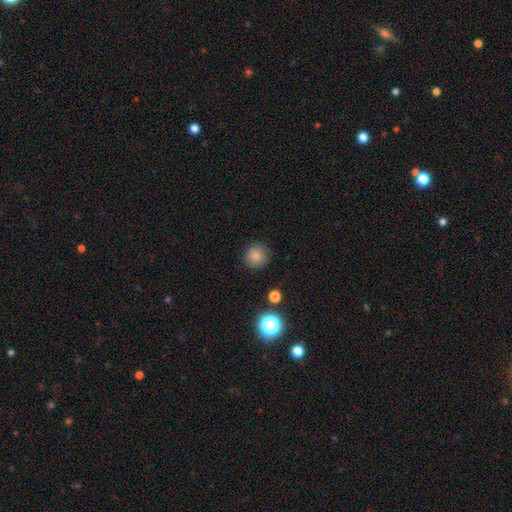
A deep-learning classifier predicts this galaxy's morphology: Overall: smooth (82%). How rounded: round (92%). Merging: none (88%).